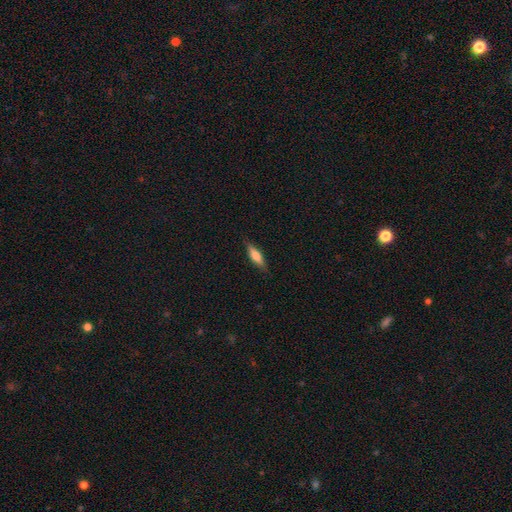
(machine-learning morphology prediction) This appears to be a smooth galaxy with no disk features (65%) that is cigar-shaped (60%). Merging: none (85%).